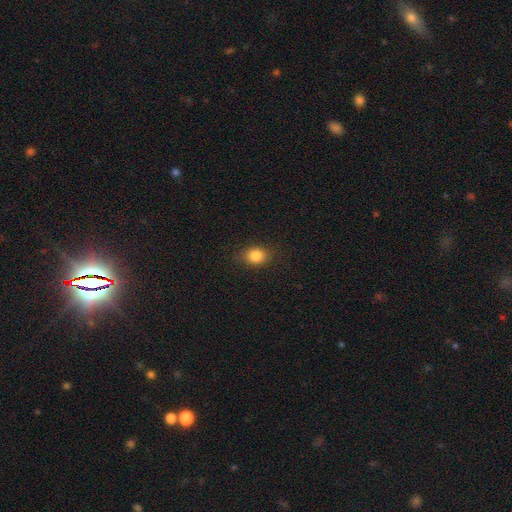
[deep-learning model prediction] Smooth or featured? smooth (84%)
How rounded? in between (58%)
Merging? none (84%)